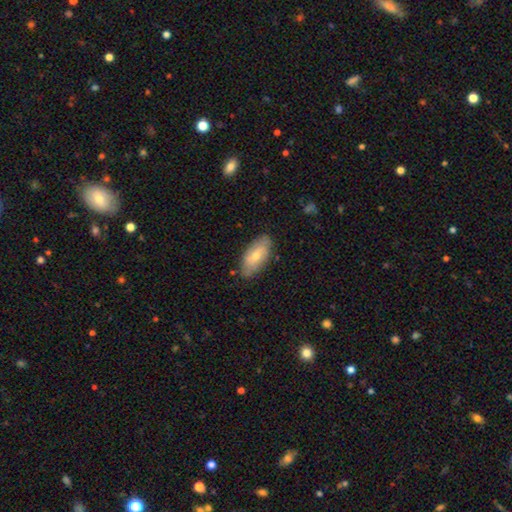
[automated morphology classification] smooth-or-featured: smooth: 60% | featured or disk: 33% | star or artifact: 7%
  how-rounded: in between: 89% | cigar-shaped: 8% | round: 3%
  merging: none: 80% | minor disturbance: 16% | major disturbance: 3% | merger: 1%